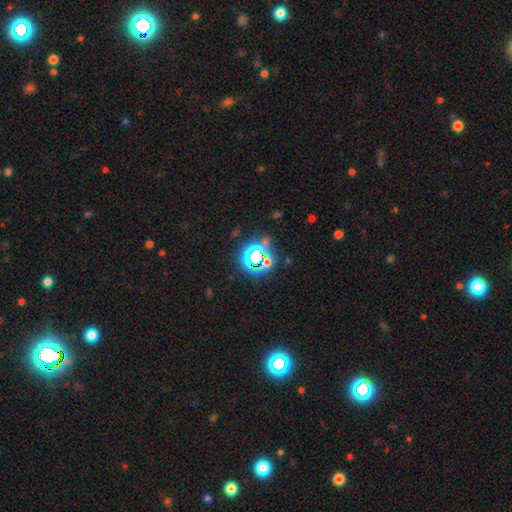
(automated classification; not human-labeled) Smooth or featured: star or artifact — 68% (smooth — 21%)